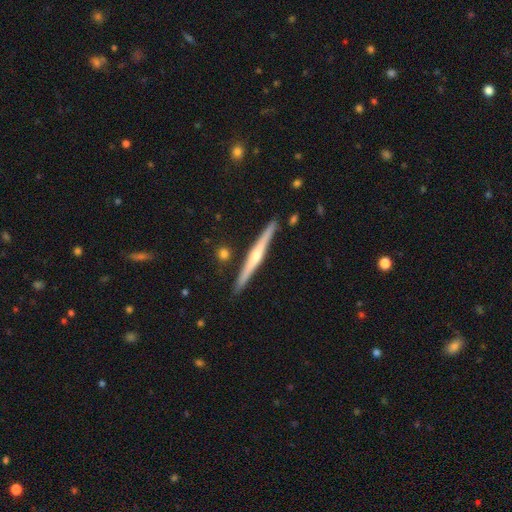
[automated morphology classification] Smooth or featured? Predicted: featured or disk (p=0.70). Edge-on disk? Predicted: yes (p=0.98). Edge-on bulge? Predicted: rounded (p=0.70). Merging? Predicted: none (p=0.89).